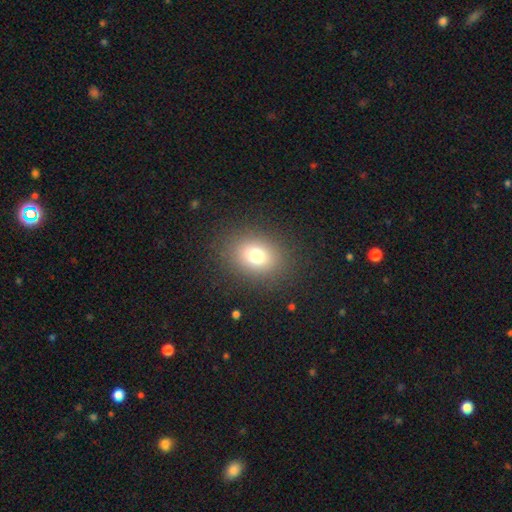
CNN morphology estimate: Smooth or featured? Predicted: smooth (p=0.75). How rounded? Predicted: in between (p=0.56). Merging? Predicted: none (p=0.86).